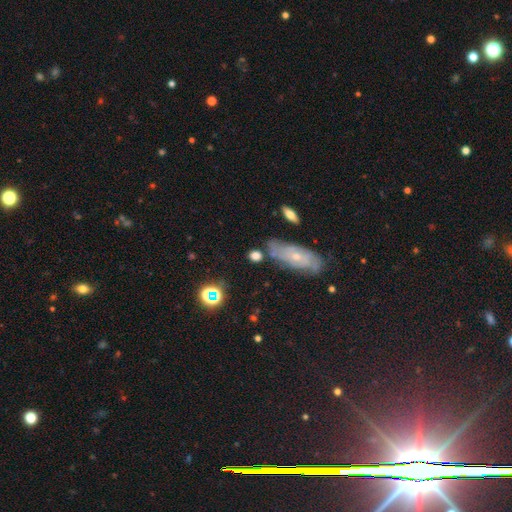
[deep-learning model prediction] Smooth or featured? Predicted: smooth (p=0.69). How rounded? Predicted: round (p=0.56). Merging? Predicted: none (p=0.65).